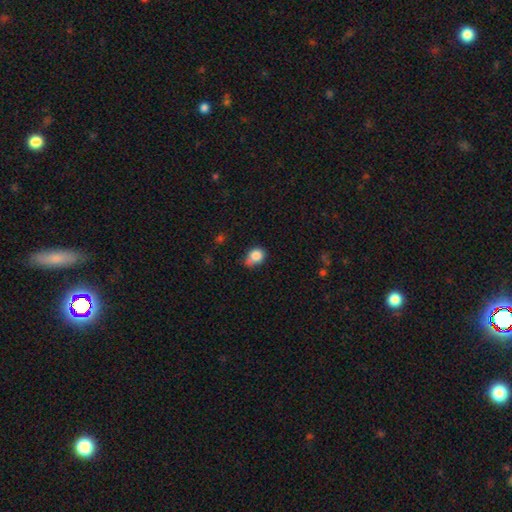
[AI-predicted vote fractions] Smooth or featured: smooth — 84% (star or artifact — 10%)
How rounded: round — 57% (in between — 42%)
Merging: none — 45% (minor disturbance — 37%)